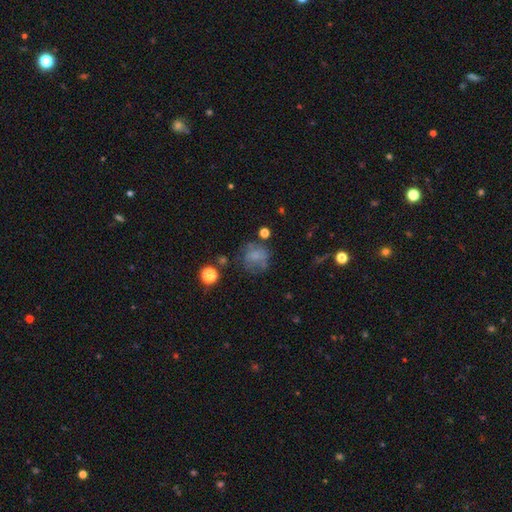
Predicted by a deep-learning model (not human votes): Smooth or featured? Predicted: smooth (p=0.60). How rounded? Predicted: round (p=0.77). Merging? Predicted: none (p=0.52).